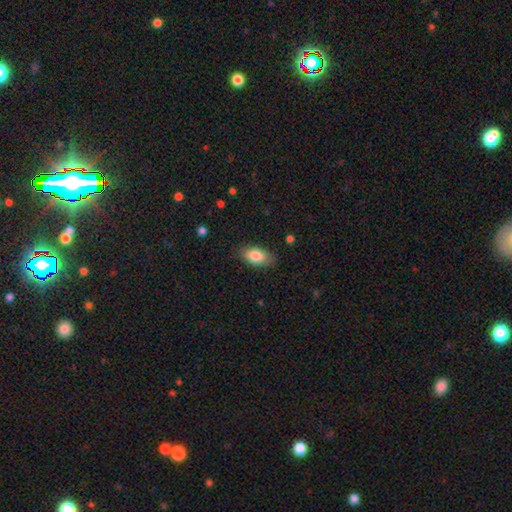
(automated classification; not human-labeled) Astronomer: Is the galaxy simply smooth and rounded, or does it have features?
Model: smooth — 82%.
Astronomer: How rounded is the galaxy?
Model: in between — 91%.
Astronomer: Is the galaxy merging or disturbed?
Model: none — 83%.